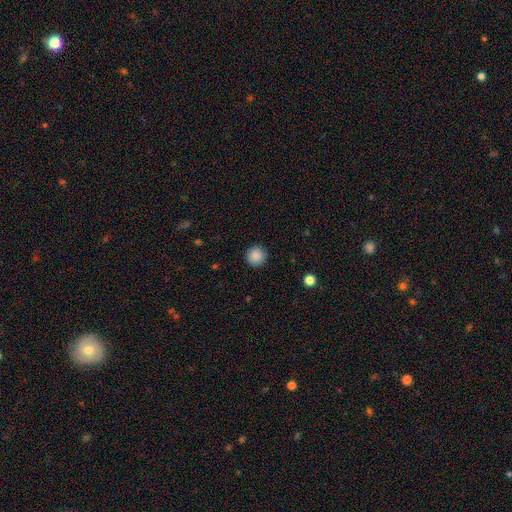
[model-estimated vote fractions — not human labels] Smooth or featured?
  - smooth: 88% *
  - star or artifact: 9%
  - featured or disk: 3%
How rounded?
  - round: 95% *
  - in between: 4%
  - cigar-shaped: 1%
Merging?
  - none: 92% *
  - minor disturbance: 5%
  - major disturbance: 2%
  - merger: 1%